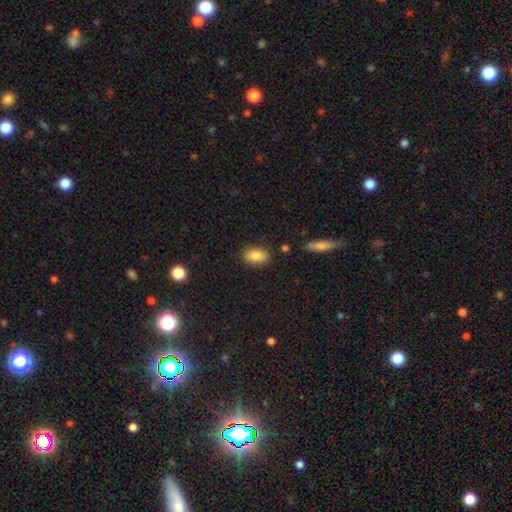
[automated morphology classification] Smooth or featured?
  - smooth: 85% *
  - star or artifact: 8%
  - featured or disk: 8%
How rounded?
  - in between: 88% *
  - round: 8%
  - cigar-shaped: 3%
Merging?
  - none: 83% *
  - minor disturbance: 12%
  - major disturbance: 3%
  - merger: 2%